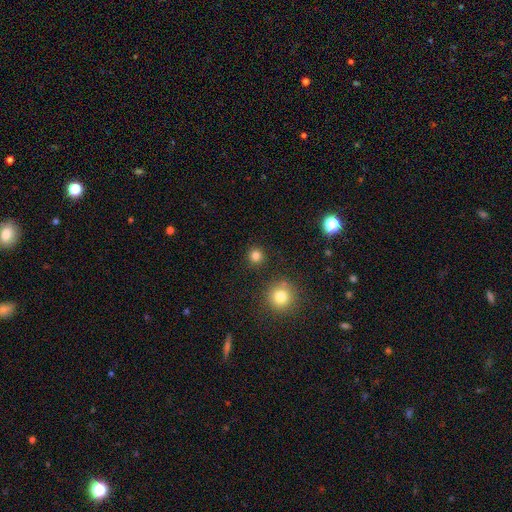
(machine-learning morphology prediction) This is clearly a smooth galaxy (82%). How rounded: clearly round (95%). Merging: clearly none (90%).